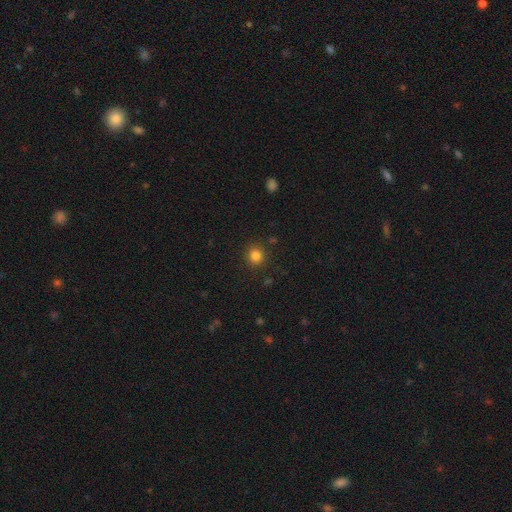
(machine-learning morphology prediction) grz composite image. It shows a smooth galaxy with no disk features (83%) that is round (90%). Merging: none (89%).